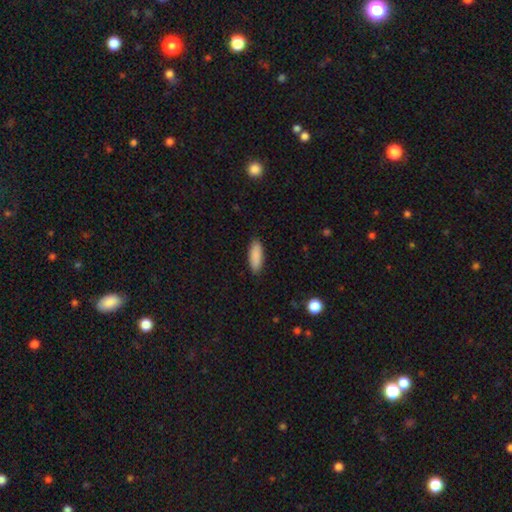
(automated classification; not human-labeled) smooth_or_featured: smooth (p=0.89) [alt: star or artifact p=0.06]
how_rounded: in between (p=0.68) [alt: cigar-shaped p=0.30]
merging: none (p=0.88) [alt: minor disturbance p=0.09]